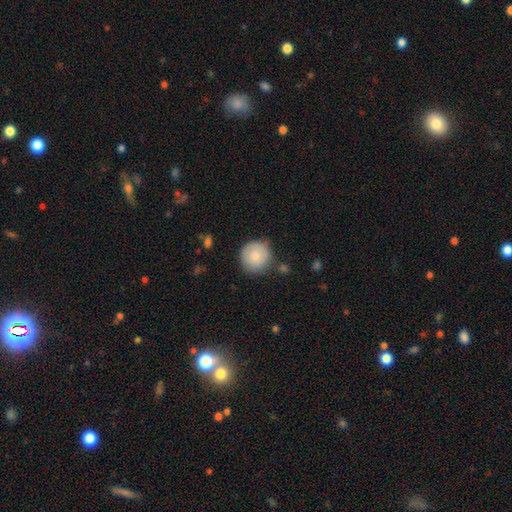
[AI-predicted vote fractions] This is clearly a smooth galaxy (81%). How rounded: clearly round (94%). Merging: likely none (77%).